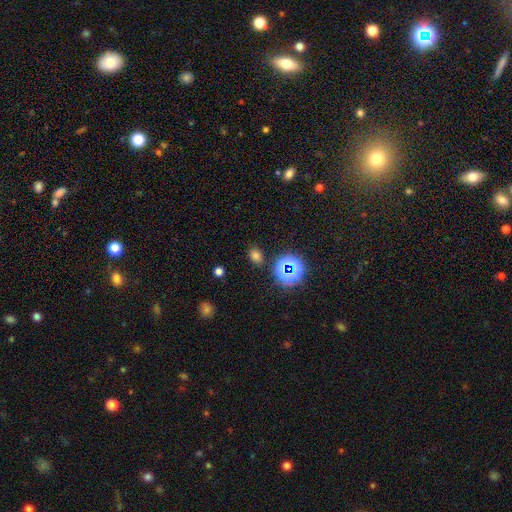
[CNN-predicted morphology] Smooth or featured?
  - smooth: 66% *
  - star or artifact: 28%
  - featured or disk: 6%
How rounded?
  - in between: 59% *
  - round: 39%
  - cigar-shaped: 1%
Merging?
  - none: 83% *
  - minor disturbance: 10%
  - major disturbance: 4%
  - merger: 3%